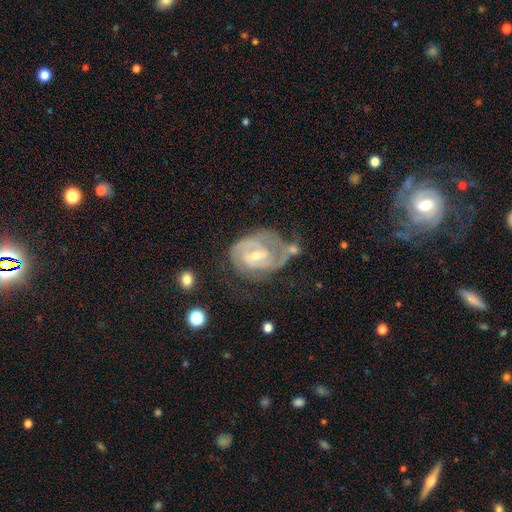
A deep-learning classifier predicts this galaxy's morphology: Smooth or featured? Predicted: featured or disk (p=0.80). Edge-on disk? Predicted: no (p=0.97). Bar? Predicted: weak (p=0.52). Spiral arms? Predicted: yes (p=0.86). Spiral winding? Predicted: tight (p=0.55). Spiral arm count? Predicted: 2 (p=0.47). Bulge size? Predicted: small (p=0.62). Merging? Predicted: none (p=0.35).